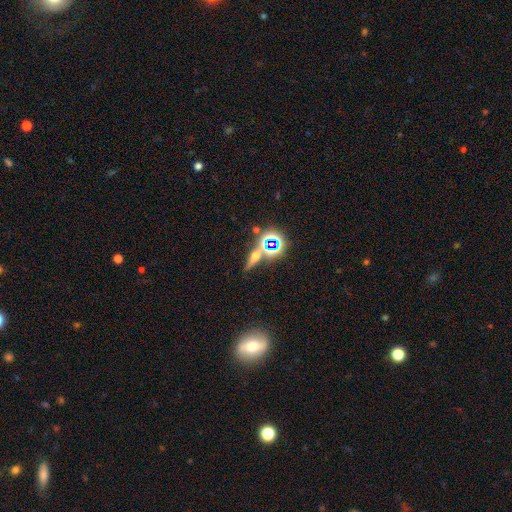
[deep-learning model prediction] Q: Smooth or featured?
A: star or artifact (36%); runner-up: featured or disk (34%)